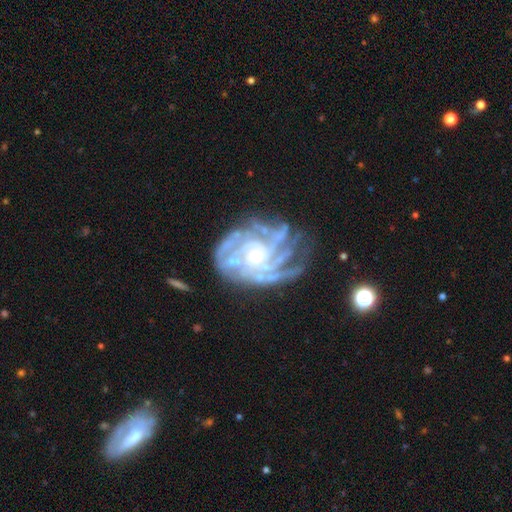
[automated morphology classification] Smooth or featured?
  - featured or disk: 90% *
  - star or artifact: 6%
  - smooth: 4%
Edge-on disk?
  - no: 98% *
  - yes: 2%
Bar?
  - no: 75% *
  - weak: 19%
  - strong: 6%
Spiral arms?
  - yes: 97% *
  - no: 3%
Spiral winding?
  - tight: 70% *
  - medium: 25%
  - loose: 5%
Spiral arm count?
  - 4: 27% *
  - can't tell: 22%
  - 3: 18%
  - more than 4: 17%
  - 2: 9%
  - 1: 7%
Bulge size?
  - small: 68% *
  - moderate: 27%
  - none: 2%
  - large: 2%
  - dominant: 1%
Merging?
  - none: 59% *
  - minor disturbance: 23%
  - major disturbance: 14%
  - merger: 3%